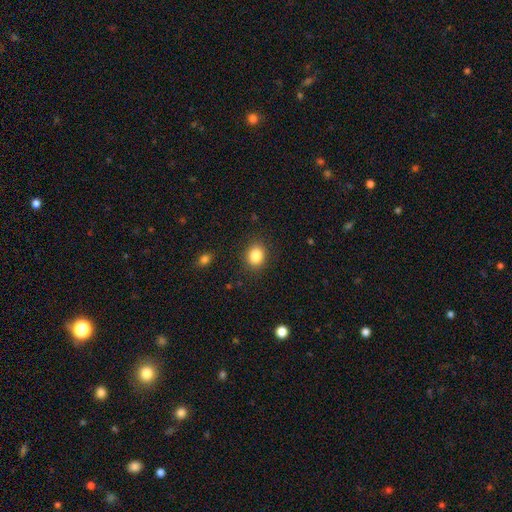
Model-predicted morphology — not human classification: A smooth galaxy with no disk features (85%) that is round (55%). Merging: none (87%).